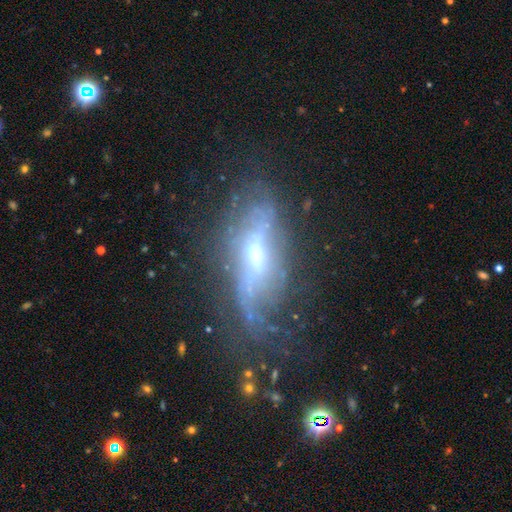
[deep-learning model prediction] smooth_or_featured: featured or disk (p=0.69) [alt: smooth p=0.20]
disk_edge_on: no (p=0.72) [alt: yes p=0.28]
bar: no (p=0.44) [alt: weak p=0.36]
has_spiral_arms: no (p=0.50) [tied with: yes p=0.50]
bulge_size: moderate (p=0.45) [tied with: small p=0.45]
merging: none (p=0.43) [alt: major disturbance p=0.29]